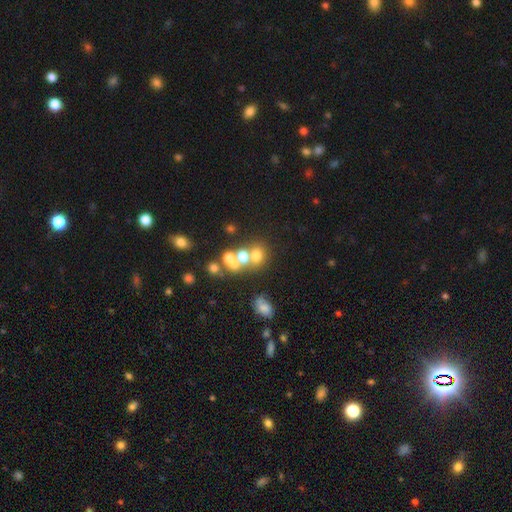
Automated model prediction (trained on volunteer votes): Overall: smooth (59%; featured or disk 20%). How rounded: round (66%; in between 33%). Merging: merger (45%; none 40%).